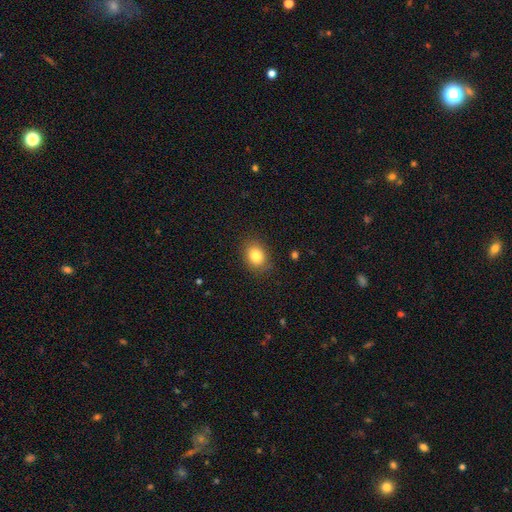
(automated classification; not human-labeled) Q: Smooth or featured?
A: smooth (84%); runner-up: star or artifact (9%)
Q: How rounded?
A: in between (58%); runner-up: round (41%)
Q: Merging?
A: none (84%); runner-up: minor disturbance (12%)